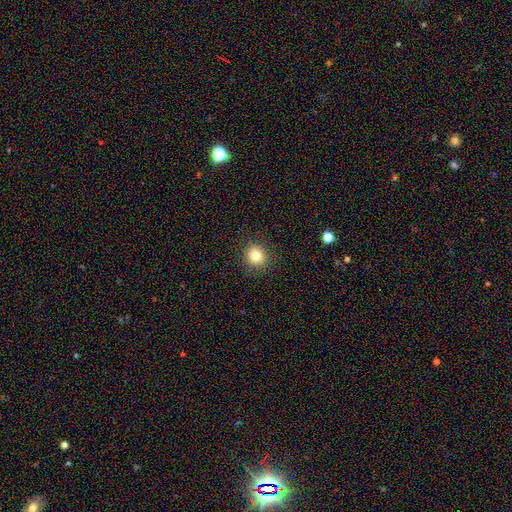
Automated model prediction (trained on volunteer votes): smooth-or-featured: smooth: 81% | star or artifact: 12% | featured or disk: 7%
  how-rounded: round: 91% | in between: 8% | cigar-shaped: 1%
  merging: none: 91% | minor disturbance: 6% | major disturbance: 2% | merger: 1%